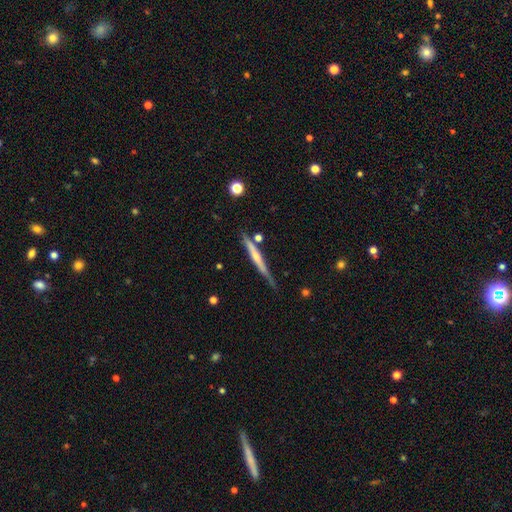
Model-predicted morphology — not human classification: Smooth or featured? Predicted: featured or disk (p=0.61). Edge-on disk? Predicted: yes (p=0.96). Edge-on bulge? Predicted: none (p=0.46). Merging? Predicted: none (p=0.70).